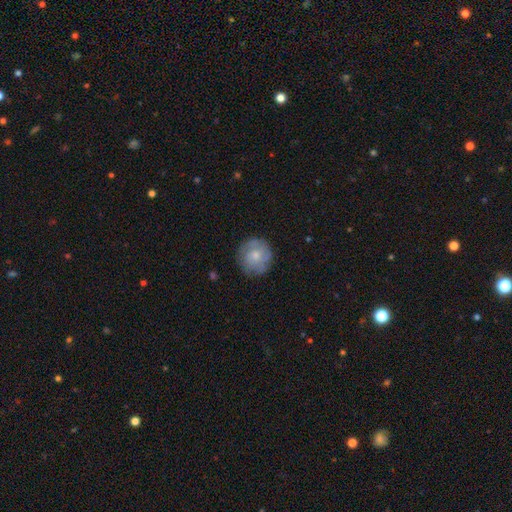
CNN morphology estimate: smooth-or-featured: smooth: 60% | featured or disk: 33% | star or artifact: 7%
  how-rounded: round: 92% | in between: 7% | cigar-shaped: 1%
  merging: none: 78% | minor disturbance: 16% | major disturbance: 5% | merger: 1%